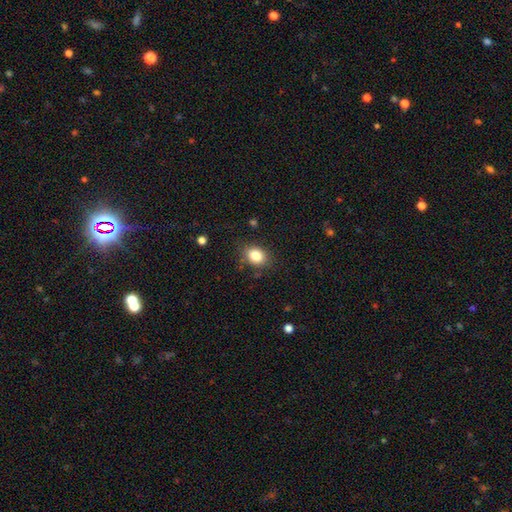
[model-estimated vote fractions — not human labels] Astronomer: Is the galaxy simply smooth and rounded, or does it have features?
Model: smooth — 84%.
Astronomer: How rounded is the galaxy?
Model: in between — 60% (runner-up: round, 39%).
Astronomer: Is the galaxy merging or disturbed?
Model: none — 82%.